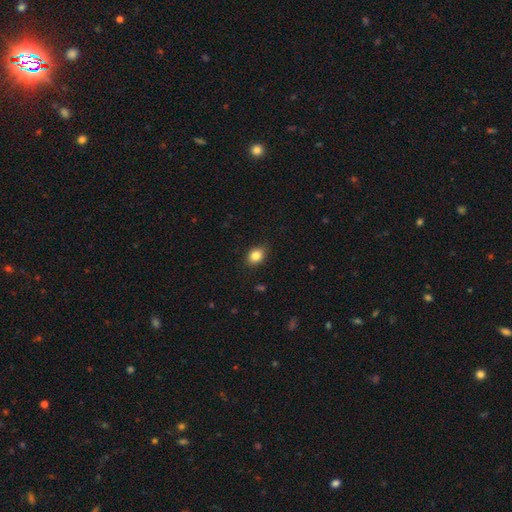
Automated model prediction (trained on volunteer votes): Overall: smooth (85%). How rounded: in between (62%; round 37%). Merging: none (87%).